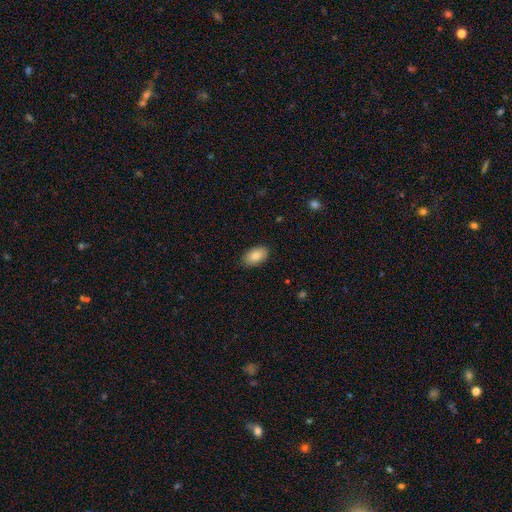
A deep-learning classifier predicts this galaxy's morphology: Smooth or featured? smooth (86%)
How rounded? in between (94%)
Merging? none (88%)